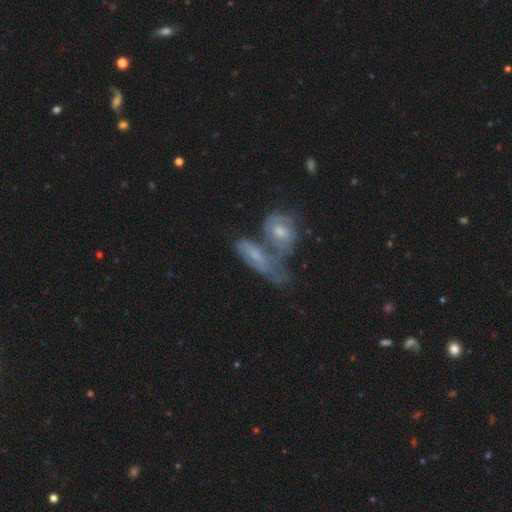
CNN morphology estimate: smooth-or-featured: featured or disk: 49% | smooth: 41% | star or artifact: 10%
  merging: merger: 53% | none: 26% | minor disturbance: 13% | major disturbance: 9%